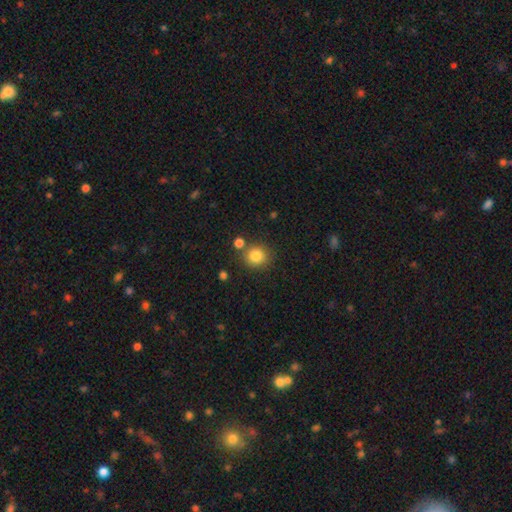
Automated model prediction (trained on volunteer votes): This is clearly a smooth galaxy (84%). How rounded: clearly round (87%). Merging: likely none (78%).